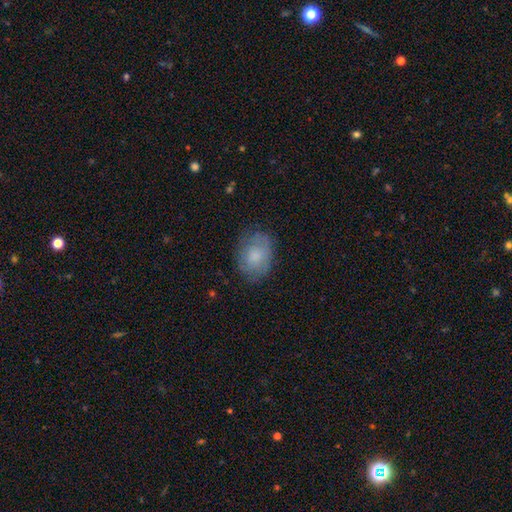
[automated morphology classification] Smooth or featured? smooth (69%)
How rounded? in between (70%)
Merging? none (71%)